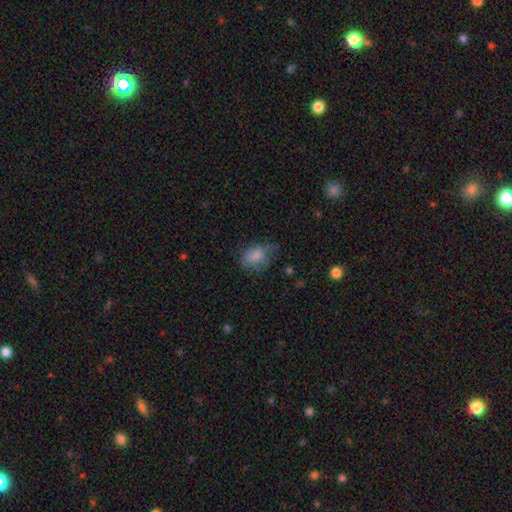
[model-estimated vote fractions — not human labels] smooth 78%, featured or disk 13%, star or artifact 9%. Down the decision tree: how rounded — in between (80%); merging — none (44%).